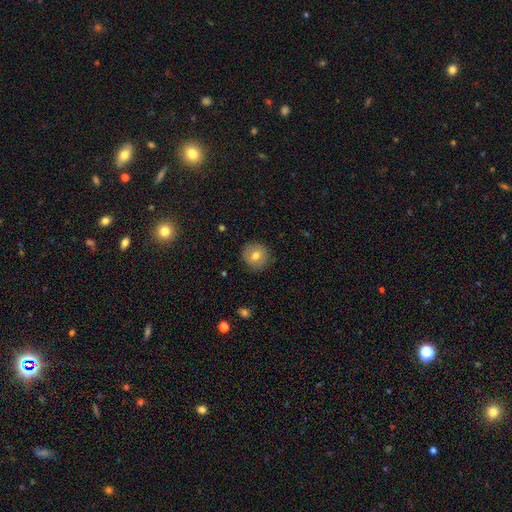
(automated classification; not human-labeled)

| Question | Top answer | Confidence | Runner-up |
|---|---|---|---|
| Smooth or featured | smooth | 74% | featured or disk (16%) |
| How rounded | round | 93% | in between (6%) |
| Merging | none | 88% | minor disturbance (9%) |